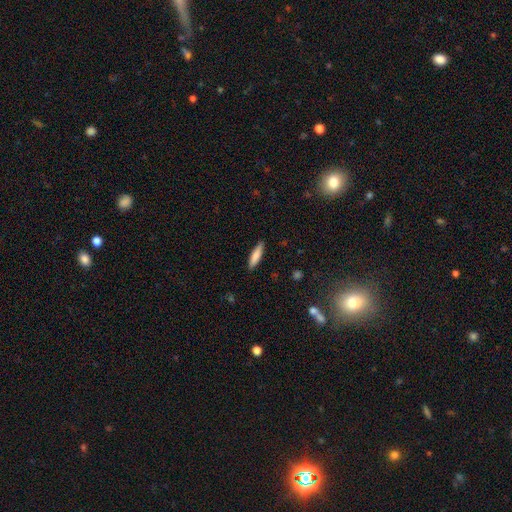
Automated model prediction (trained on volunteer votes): Morphology: type=smooth (84%); roundness=cigar-shaped (73%); merging=none (88%).